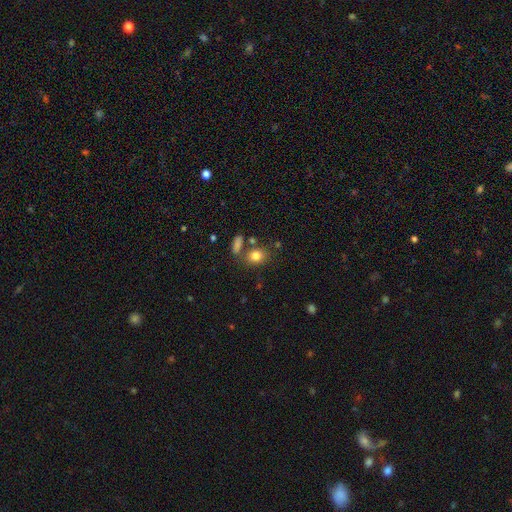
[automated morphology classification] smooth 81%, star or artifact 11%, featured or disk 9%. Down the decision tree: how rounded — in between (51%); merging — none (68%).